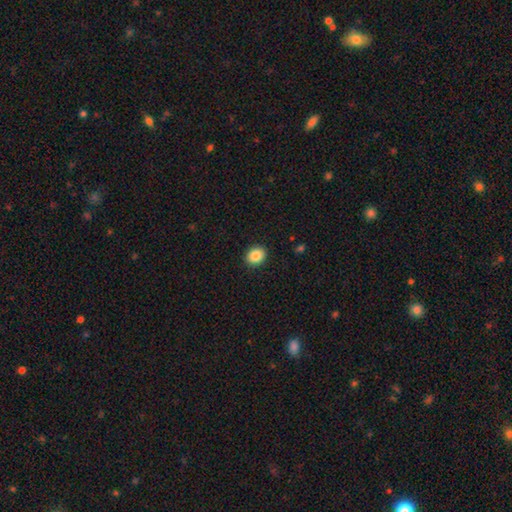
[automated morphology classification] This appears to be a smooth galaxy with no disk features (87%) that is round (61%). Merging: none (91%).